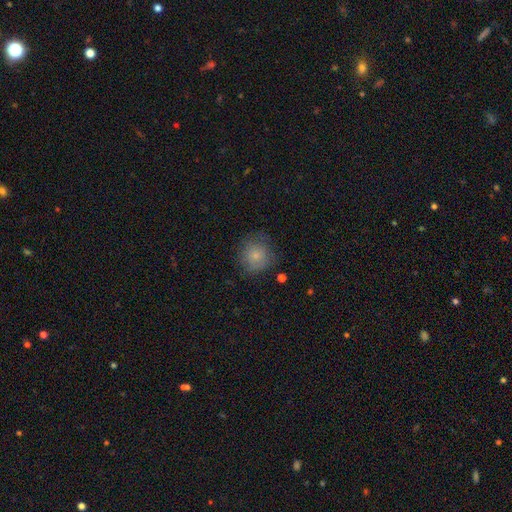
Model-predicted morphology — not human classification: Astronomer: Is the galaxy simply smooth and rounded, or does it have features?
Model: smooth — 80%.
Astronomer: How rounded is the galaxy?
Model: round — 87%.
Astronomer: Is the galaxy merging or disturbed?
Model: none — 72%.